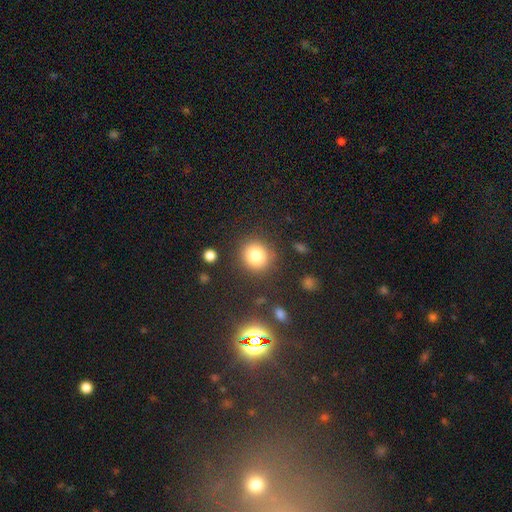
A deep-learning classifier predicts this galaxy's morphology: Overall: smooth (80%). How rounded: round (87%). Merging: none (85%).